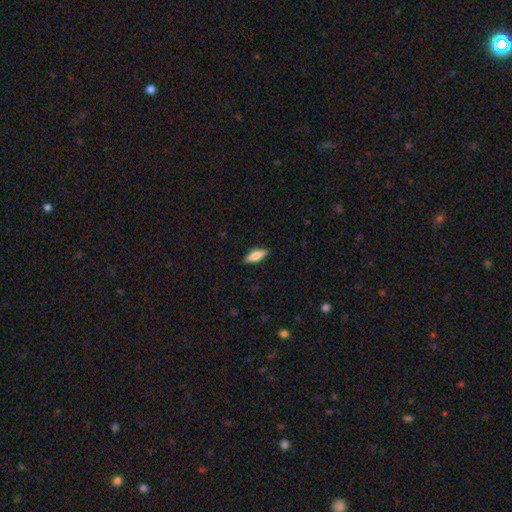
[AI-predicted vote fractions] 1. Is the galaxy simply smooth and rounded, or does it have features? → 66% smooth, 28% featured or disk, 6% star or artifact.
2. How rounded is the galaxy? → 61% in between, 36% cigar-shaped, 3% round.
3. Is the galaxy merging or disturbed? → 88% none, 9% minor disturbance, 2% major disturbance, 1% merger.